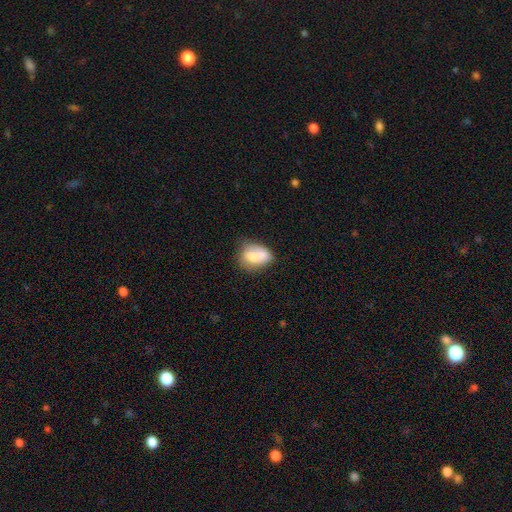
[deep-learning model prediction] Q: Smooth or featured?
A: smooth (69%); runner-up: featured or disk (23%)
Q: How rounded?
A: in between (65%); runner-up: round (34%)
Q: Merging?
A: merger (46%); runner-up: none (30%)